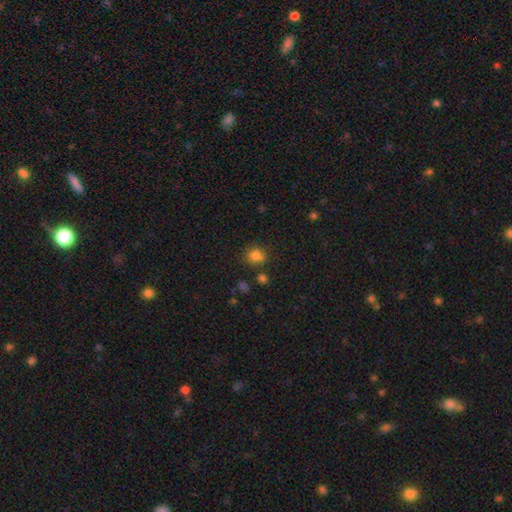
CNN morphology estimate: The model was most divided on "how rounded": round: 67%, in between: 32%, cigar-shaped: 1%. More confident: smooth or featured — smooth (81%); merging — none (77%).